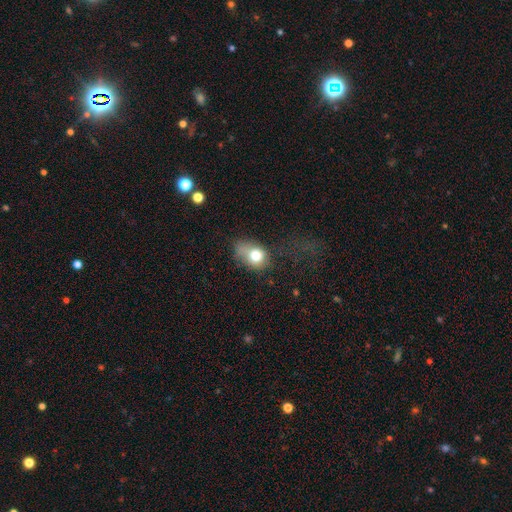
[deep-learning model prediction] This appears to be a smooth galaxy with no disk features (74%) that is in between round and cigar-shaped (60%). Merging: major disturbance (33%).